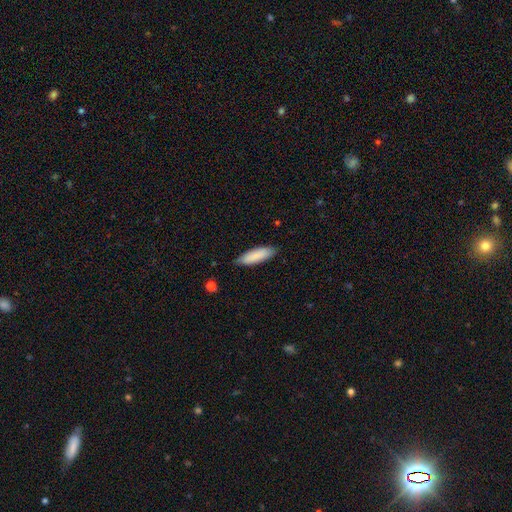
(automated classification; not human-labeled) Overall: smooth (87%). How rounded: in between (51%; cigar-shaped 48%). Merging: none (81%).